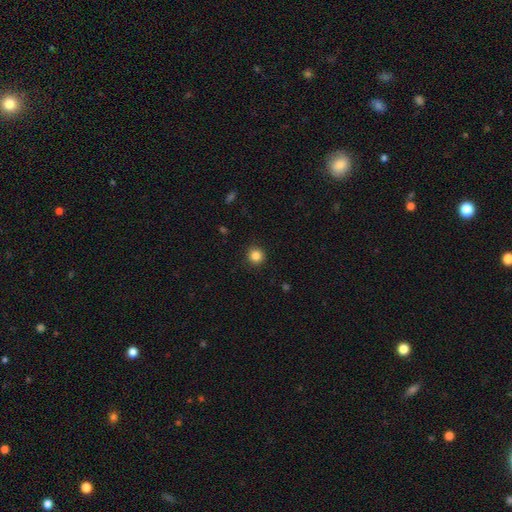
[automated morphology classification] Smooth or featured?
  - smooth: 85% *
  - star or artifact: 11%
  - featured or disk: 4%
How rounded?
  - round: 95% *
  - in between: 4%
  - cigar-shaped: 1%
Merging?
  - none: 92% *
  - minor disturbance: 5%
  - major disturbance: 2%
  - merger: 1%